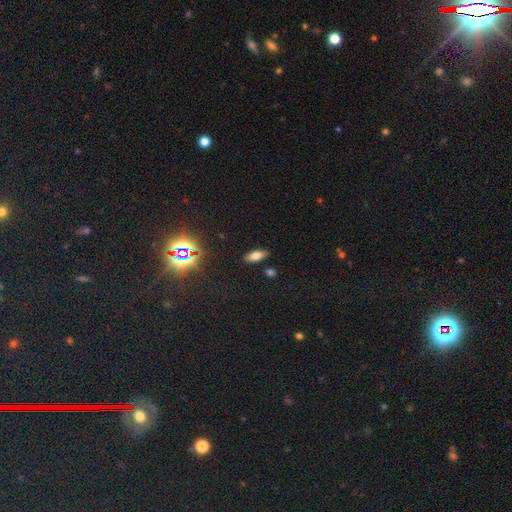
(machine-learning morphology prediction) The model was most divided on "smooth or featured": smooth: 69%, star or artifact: 17%, featured or disk: 14%. More confident: merging — none (87%); how rounded — in between (77%).